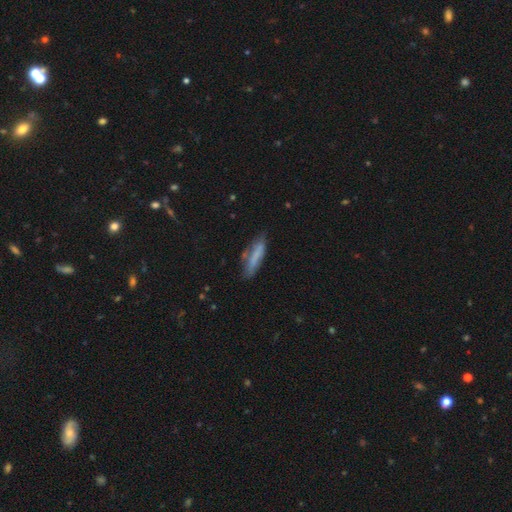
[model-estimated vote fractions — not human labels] smooth-or-featured: smooth: 66% | featured or disk: 26% | star or artifact: 8%
  how-rounded: cigar-shaped: 70% | in between: 28% | round: 2%
  merging: none: 62% | minor disturbance: 25% | major disturbance: 8% | merger: 5%